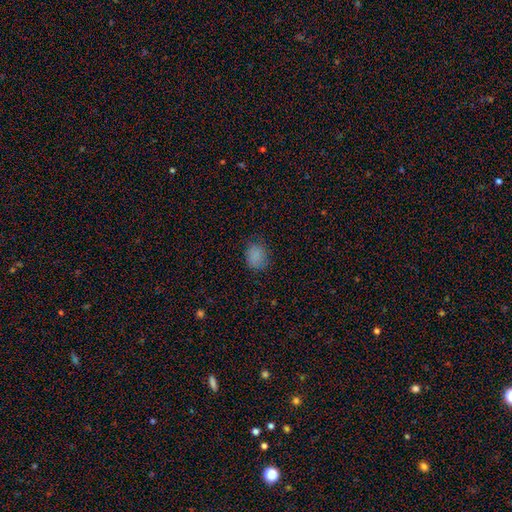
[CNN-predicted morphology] Smooth or featured? Predicted: smooth (p=0.83). How rounded? Predicted: round (p=0.52). Merging? Predicted: none (p=0.79).